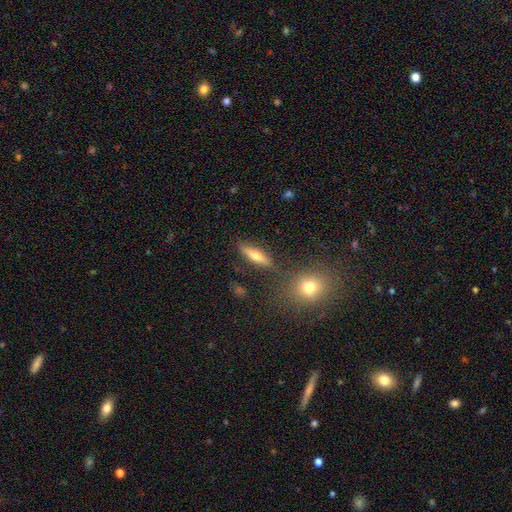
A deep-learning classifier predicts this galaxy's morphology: Smooth or featured?
  - smooth: 46% *
  - featured or disk: 44%
  - star or artifact: 11%
Merging?
  - none: 82% *
  - minor disturbance: 10%
  - merger: 5%
  - major disturbance: 3%